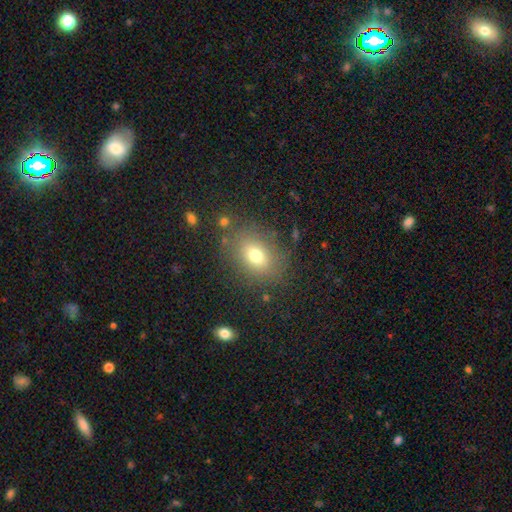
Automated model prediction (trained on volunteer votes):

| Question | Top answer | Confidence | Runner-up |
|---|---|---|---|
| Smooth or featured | smooth | 72% | star or artifact (14%) |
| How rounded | in between | 60% | round (38%) |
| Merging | none | 80% | minor disturbance (12%) |